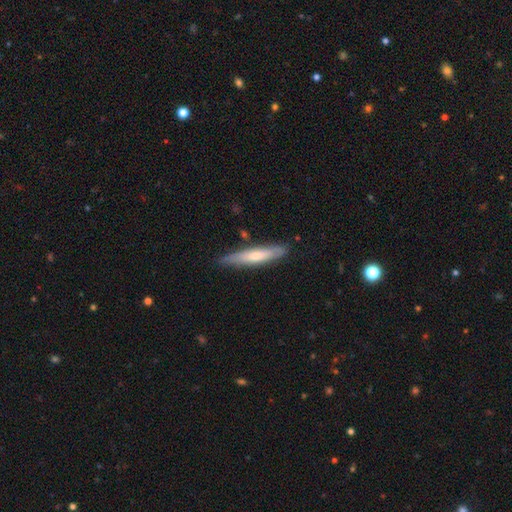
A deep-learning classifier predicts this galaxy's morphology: A smooth galaxy with no disk features (57%) that is cigar-shaped (88%).

Vote fractions:
- Smooth or featured? smooth: 57% / featured or disk: 38% / star or artifact: 6%
- How rounded? cigar-shaped: 88% / in between: 11% / round: 1%
- Merging? none: 80% / minor disturbance: 15% / major disturbance: 3% / merger: 2%